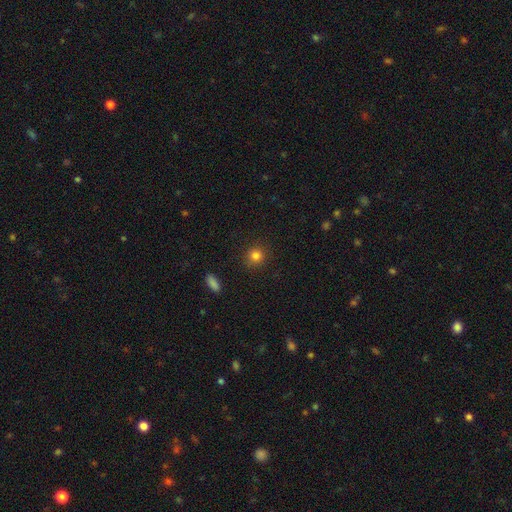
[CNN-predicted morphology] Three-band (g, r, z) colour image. It shows a smooth galaxy with no disk features (83%) that is round (91%). Merging: none (90%).